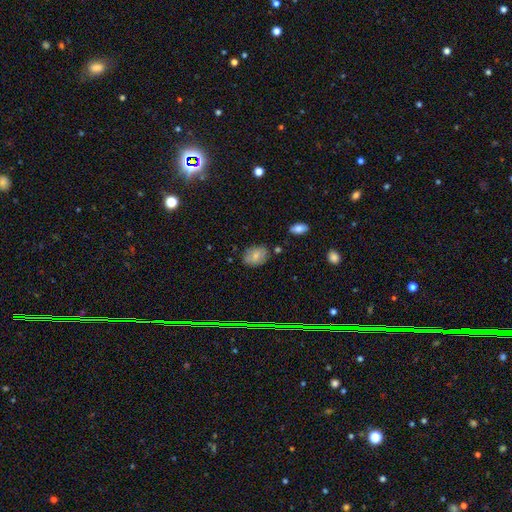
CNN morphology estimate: Smooth or featured? Predicted: smooth (p=0.71). How rounded? Predicted: in between (p=0.72). Merging? Predicted: none (p=0.77).